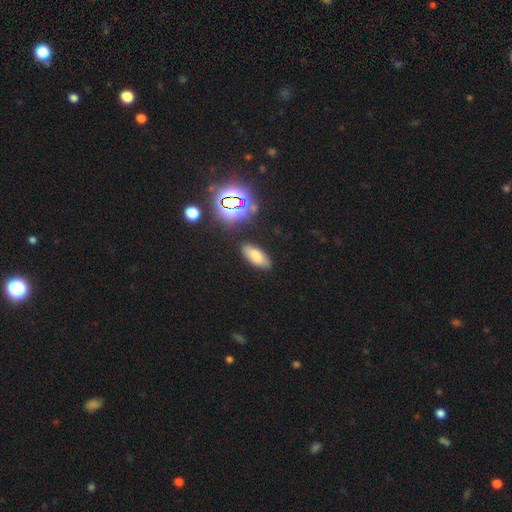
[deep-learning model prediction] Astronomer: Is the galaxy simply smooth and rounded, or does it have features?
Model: smooth — 71%.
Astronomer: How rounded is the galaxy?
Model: in between — 85%.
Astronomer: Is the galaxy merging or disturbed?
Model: none — 85%.